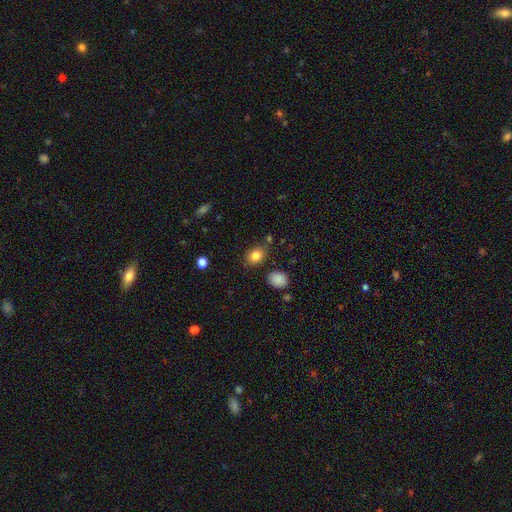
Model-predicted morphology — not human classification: A smooth galaxy with no disk features (84%) that is in between round and cigar-shaped (56%). Merging: none (75%).